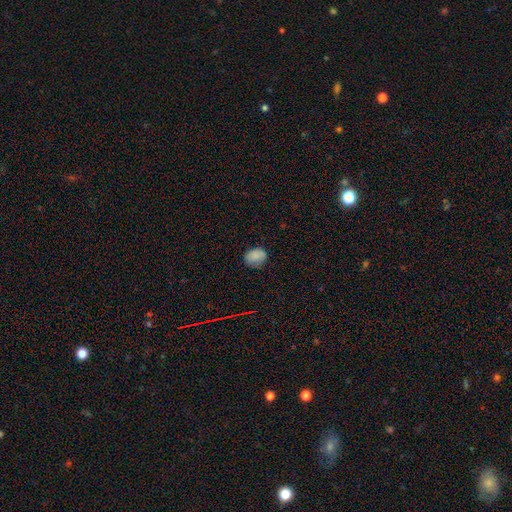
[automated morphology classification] A smooth galaxy with no disk features (83%) that is round (50%). Merging: none (74%).